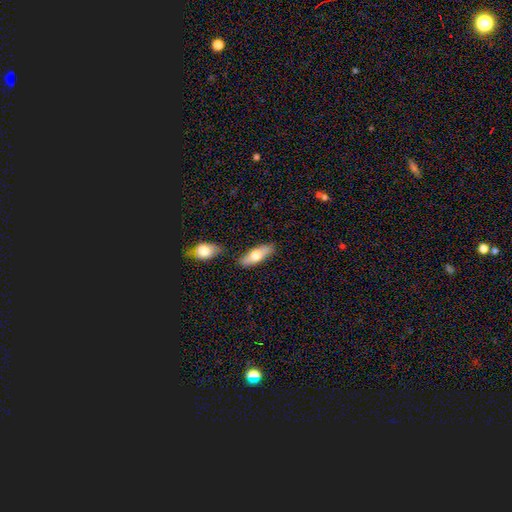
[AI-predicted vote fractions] Smooth or featured? Predicted: smooth (p=0.63). How rounded? Predicted: in between (p=0.64). Merging? Predicted: none (p=0.76).